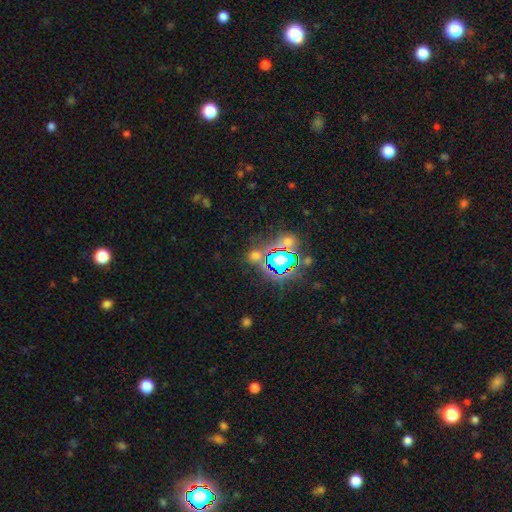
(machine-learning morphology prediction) star or artifact 53%, smooth 38%, featured or disk 9%.